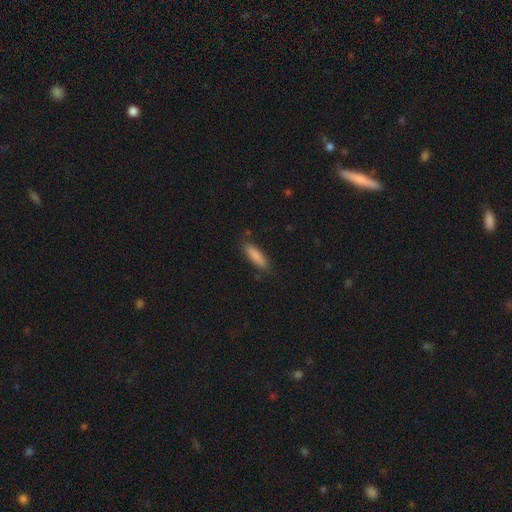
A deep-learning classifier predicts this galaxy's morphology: type=smooth (86%); roundness=cigar-shaped (61%); merging=none (83%).